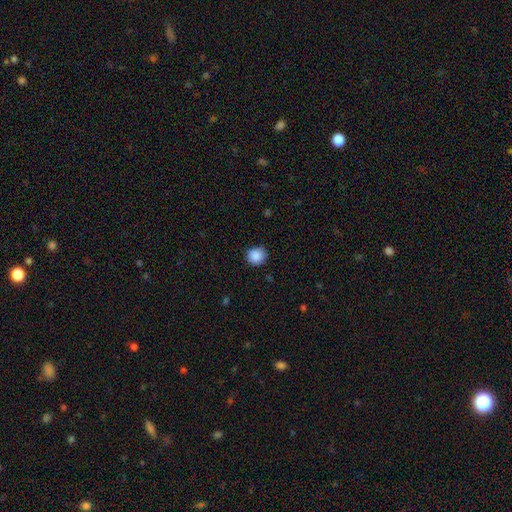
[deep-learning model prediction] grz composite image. It shows a smooth galaxy with no disk features (88%) that is round (85%). Merging: none (84%).